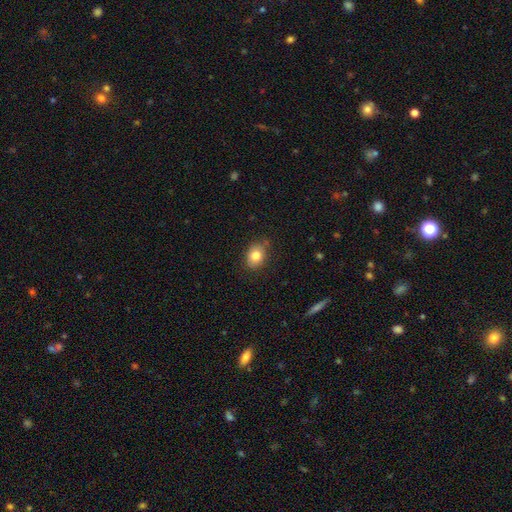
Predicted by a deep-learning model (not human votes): smooth_or_featured: smooth (p=0.81) [alt: featured or disk p=0.10]
how_rounded: in between (p=0.57) [alt: round p=0.42]
merging: none (p=0.78) [alt: minor disturbance p=0.17]